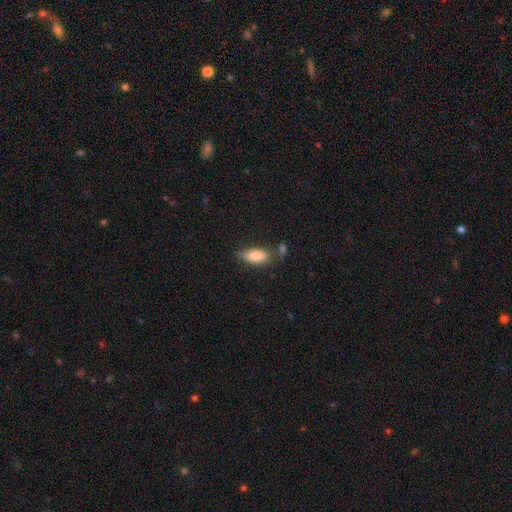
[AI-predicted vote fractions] A smooth galaxy with no disk features (78%) that is in between round and cigar-shaped (73%). Merging: none (59%).